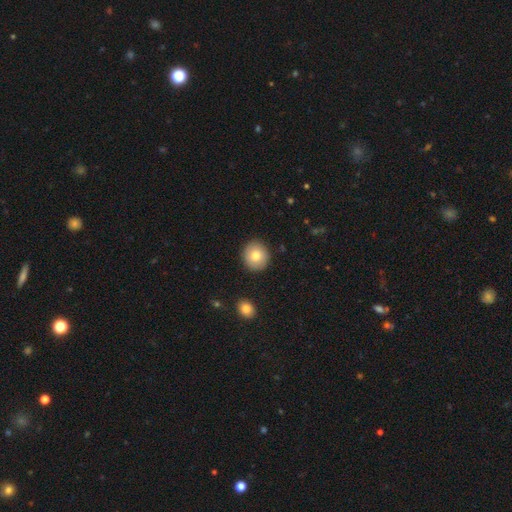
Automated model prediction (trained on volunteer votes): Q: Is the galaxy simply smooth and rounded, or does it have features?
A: smooth — 80%.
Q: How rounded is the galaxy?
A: round — 85%.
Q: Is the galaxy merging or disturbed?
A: none — 91%.